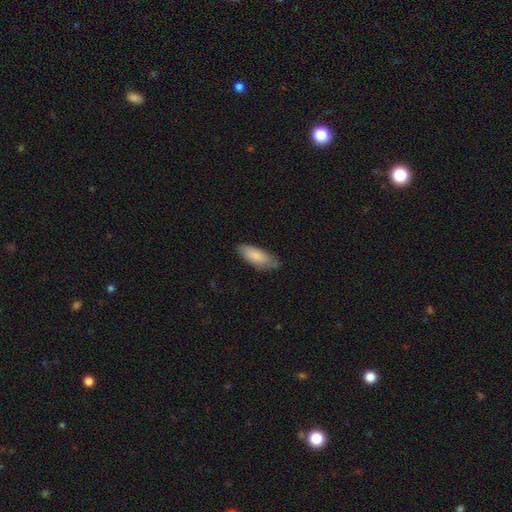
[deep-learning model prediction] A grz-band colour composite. It shows a smooth galaxy with no disk features (80%) that is in between round and cigar-shaped (72%). Merging: none (72%).